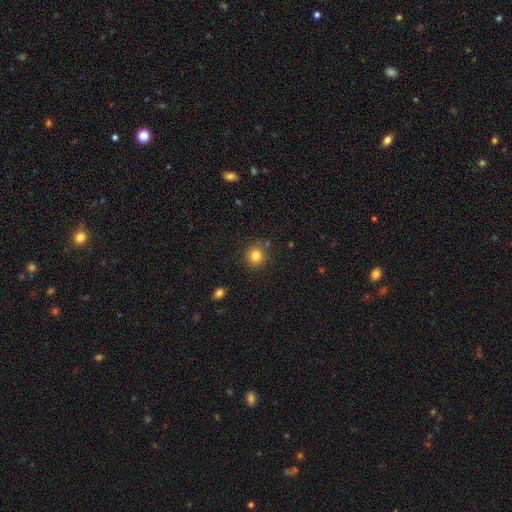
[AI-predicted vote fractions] Q: Smooth or featured?
A: smooth (82%); runner-up: star or artifact (11%)
Q: How rounded?
A: round (90%); runner-up: in between (9%)
Q: Merging?
A: none (84%); runner-up: minor disturbance (9%)